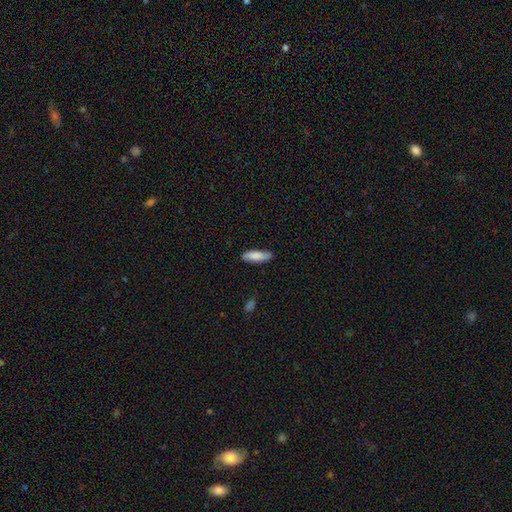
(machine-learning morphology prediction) Q: Smooth or featured?
A: smooth (84%); runner-up: featured or disk (11%)
Q: How rounded?
A: cigar-shaped (61%); runner-up: in between (37%)
Q: Merging?
A: none (83%); runner-up: minor disturbance (14%)